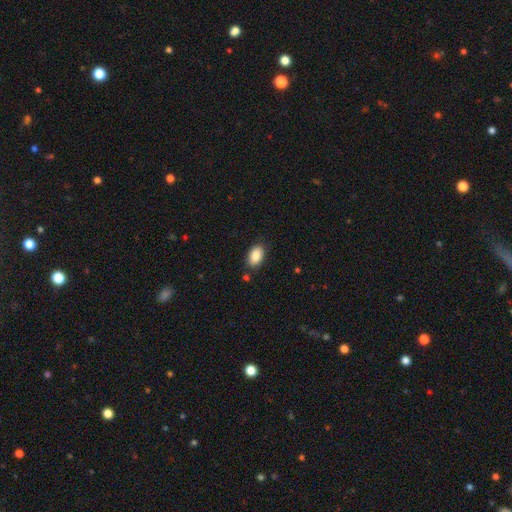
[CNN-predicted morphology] Smooth or featured? Predicted: smooth (p=0.88). How rounded? Predicted: in between (p=0.92). Merging? Predicted: none (p=0.81).